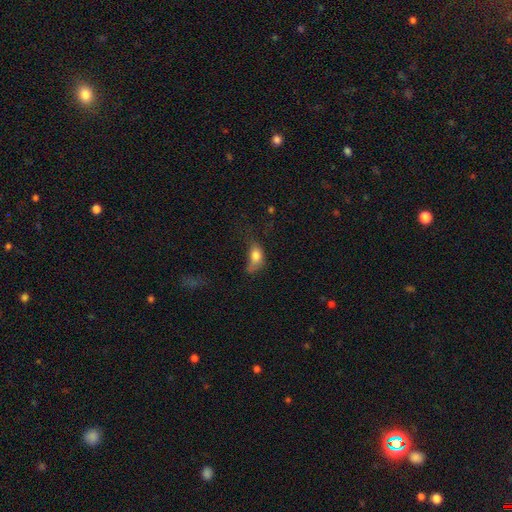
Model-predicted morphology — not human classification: Q: Smooth or featured?
A: smooth (75%); runner-up: featured or disk (16%)
Q: How rounded?
A: in between (83%); runner-up: round (12%)
Q: Merging?
A: major disturbance (46%); runner-up: minor disturbance (29%)